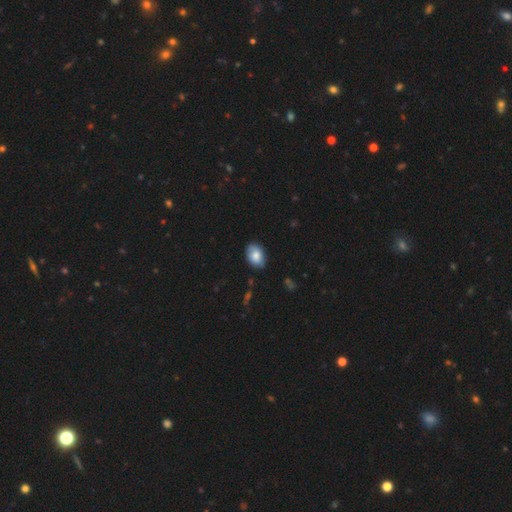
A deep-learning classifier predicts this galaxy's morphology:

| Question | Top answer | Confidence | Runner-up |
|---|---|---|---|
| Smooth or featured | smooth | 80% | featured or disk (13%) |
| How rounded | in between | 85% | round (14%) |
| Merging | none | 81% | minor disturbance (15%) |